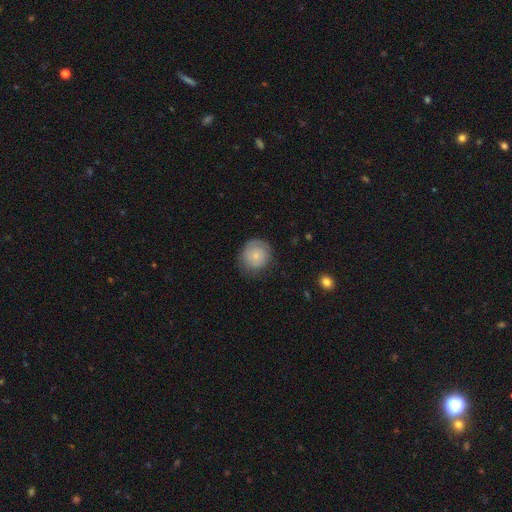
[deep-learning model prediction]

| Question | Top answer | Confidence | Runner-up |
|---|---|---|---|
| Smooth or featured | smooth | 70% | featured or disk (23%) |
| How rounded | round | 87% | in between (13%) |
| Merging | none | 71% | minor disturbance (21%) |